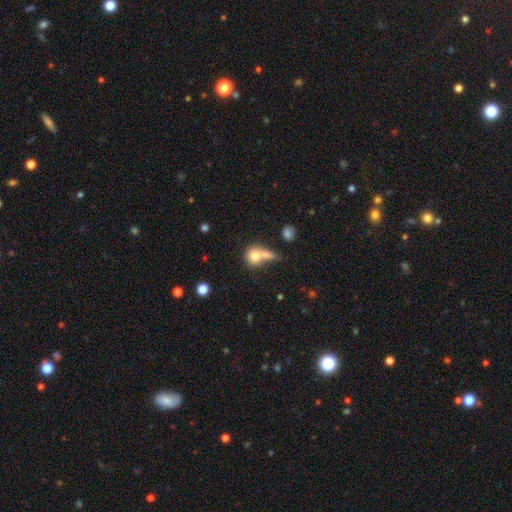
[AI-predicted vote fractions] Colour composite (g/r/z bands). It shows a smooth galaxy with no disk features (75%) that is round (67%). Merging: merger (48%).